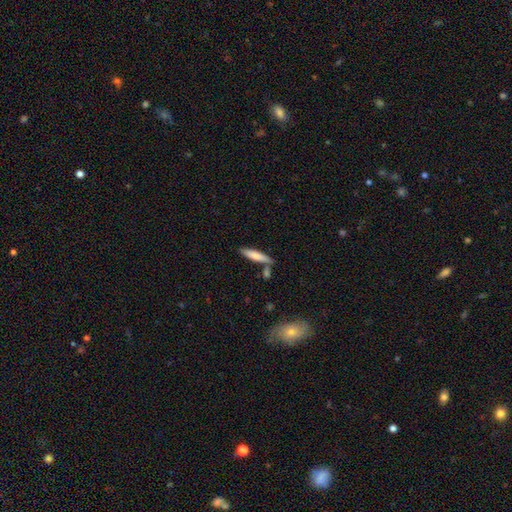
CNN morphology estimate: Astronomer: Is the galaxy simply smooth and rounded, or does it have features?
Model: smooth — 74%.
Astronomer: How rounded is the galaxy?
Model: cigar-shaped — 82%.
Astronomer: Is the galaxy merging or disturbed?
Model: none — 72%.